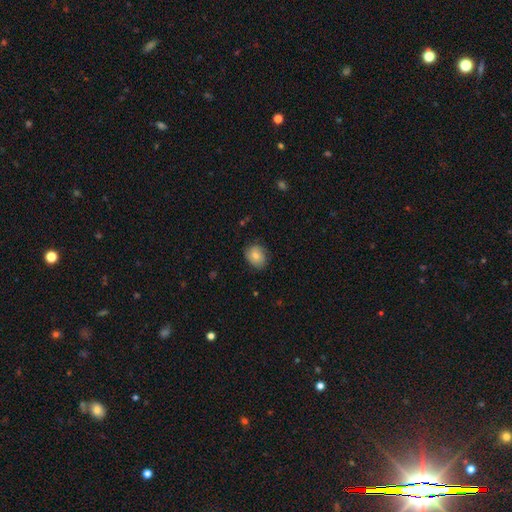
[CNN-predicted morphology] This is likely a smooth galaxy (69%). How rounded: possibly round (54%). Merging: likely none (74%).